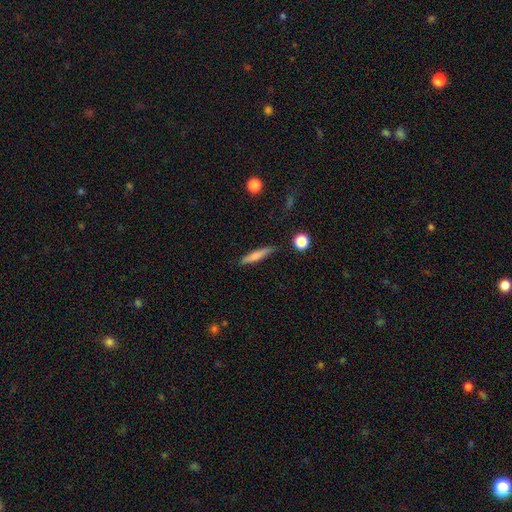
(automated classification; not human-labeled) Smooth or featured? Predicted: smooth (p=0.70). How rounded? Predicted: cigar-shaped (p=0.87). Merging? Predicted: none (p=0.82).